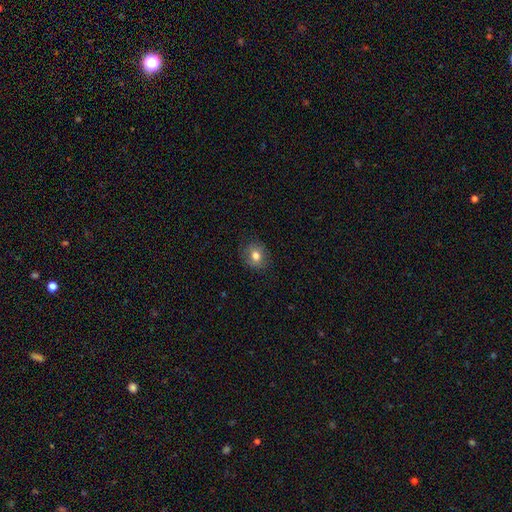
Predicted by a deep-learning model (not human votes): A smooth galaxy with no disk features (77%) that is round (68%). Merging: none (84%).